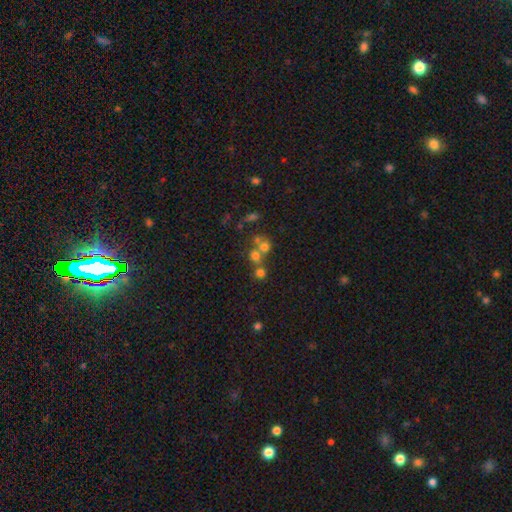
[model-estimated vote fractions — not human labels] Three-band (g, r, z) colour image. It shows a smooth galaxy with no disk features (63%) that is round (85%). Merging: merger (45%).